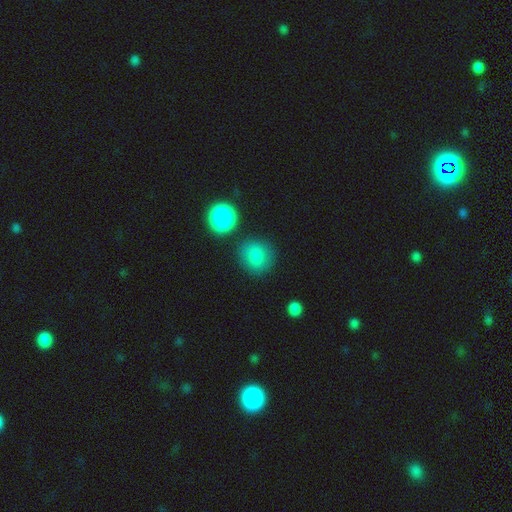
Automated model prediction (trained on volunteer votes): A smooth galaxy with no disk features (83%) that is round (85%).

Vote fractions:
- Smooth or featured? smooth: 83% / star or artifact: 11% / featured or disk: 6%
- How rounded? round: 85% / in between: 14% / cigar-shaped: 1%
- Merging? none: 83% / minor disturbance: 11% / major disturbance: 4% / merger: 3%